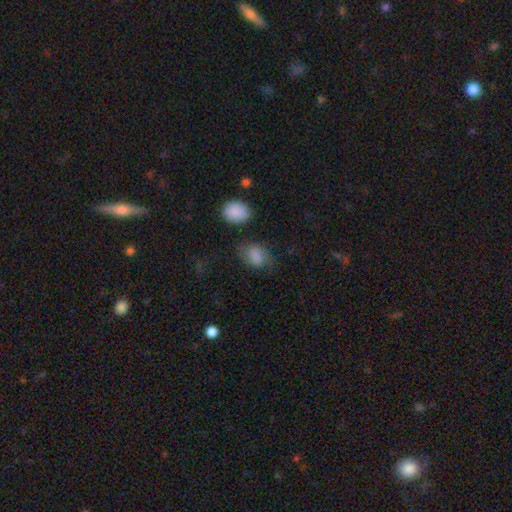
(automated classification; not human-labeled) Smooth or featured: smooth — 82% (star or artifact — 10%)
How rounded: in between — 73% (round — 25%)
Merging: none — 61% (minor disturbance — 24%)